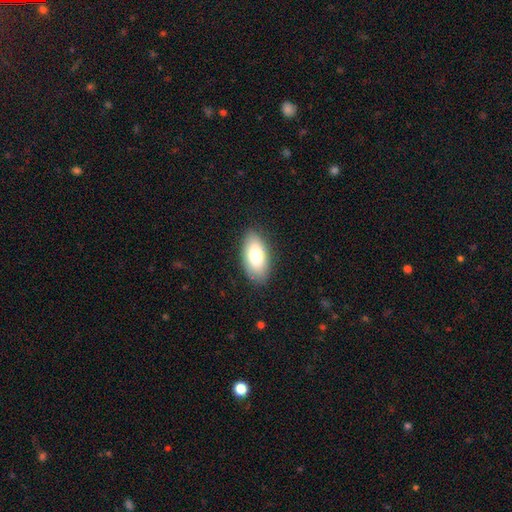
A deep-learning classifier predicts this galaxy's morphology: This is clearly a smooth galaxy (81%). How rounded: clearly in between (93%). Merging: clearly none (86%).